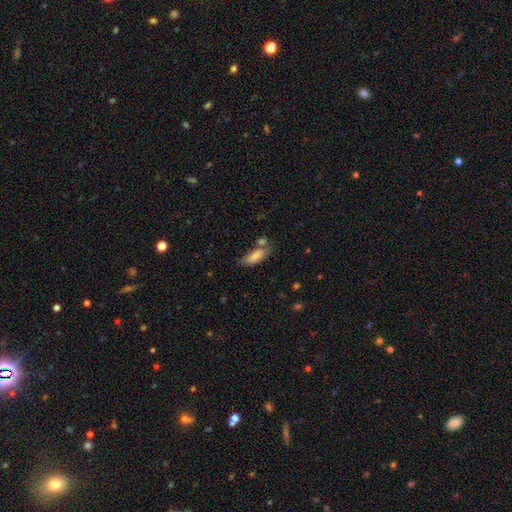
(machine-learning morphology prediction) Smooth or featured? smooth (80%)
How rounded? in between (68%)
Merging? none (46%)